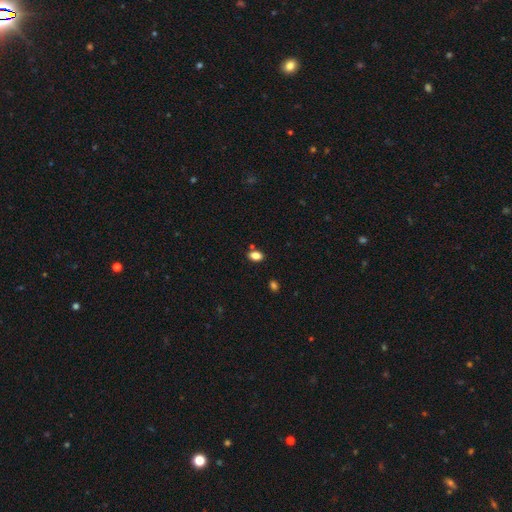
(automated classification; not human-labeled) Smooth or featured?
  - smooth: 84% *
  - star or artifact: 10%
  - featured or disk: 5%
How rounded?
  - in between: 87% *
  - round: 11%
  - cigar-shaped: 2%
Merging?
  - none: 78% *
  - minor disturbance: 11%
  - merger: 7%
  - major disturbance: 3%